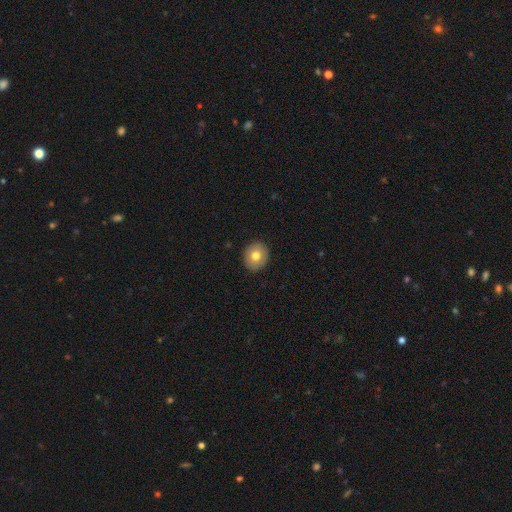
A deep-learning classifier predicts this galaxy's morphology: The model was most divided on "how rounded": round: 76%, in between: 23%, cigar-shaped: 1%. More confident: merging — none (91%); smooth or featured — smooth (74%).